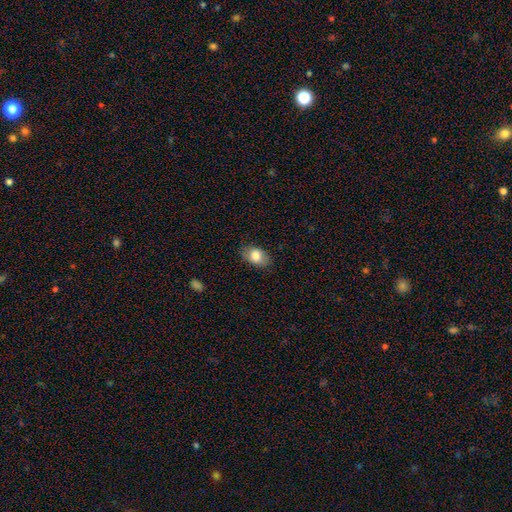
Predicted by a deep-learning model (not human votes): A smooth galaxy with no disk features (80%) that is in between round and cigar-shaped (87%).

Vote fractions:
- Smooth or featured? smooth: 80% / featured or disk: 12% / star or artifact: 8%
- How rounded? in between: 87% / round: 12% / cigar-shaped: 1%
- Merging? none: 84% / minor disturbance: 13% / major disturbance: 3% / merger: 1%